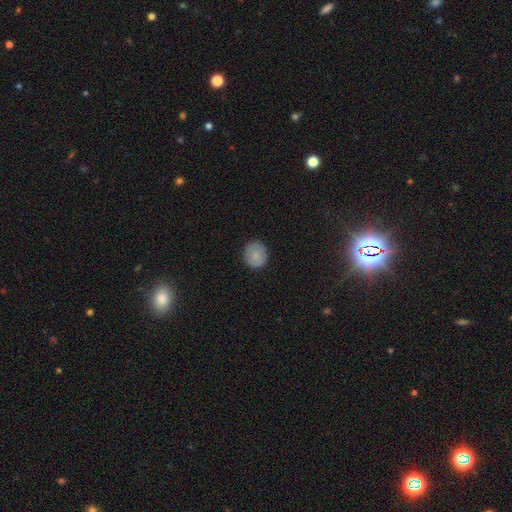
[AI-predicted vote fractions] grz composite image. It shows a smooth galaxy with no disk features (80%) that is round (90%). Merging: none (88%).